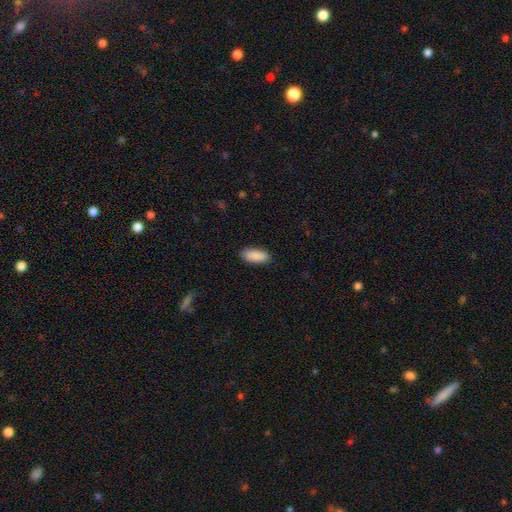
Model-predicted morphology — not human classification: Smooth or featured: smooth — 90% (star or artifact — 6%)
How rounded: in between — 85% (cigar-shaped — 13%)
Merging: none — 88% (minor disturbance — 9%)